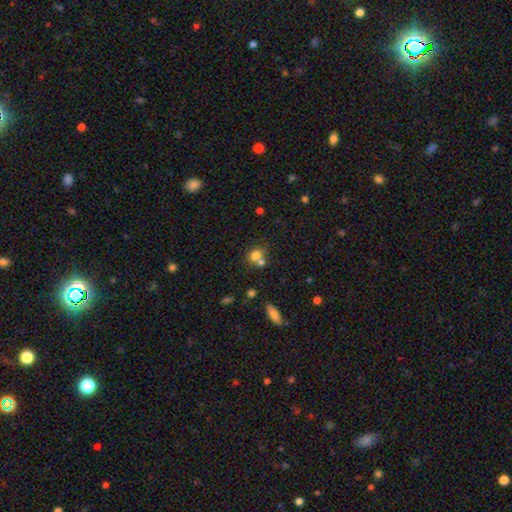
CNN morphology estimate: Smooth or featured: smooth — 76% (star or artifact — 13%)
How rounded: round — 58% (in between — 41%)
Merging: none — 43% (tied with merger — 43%)